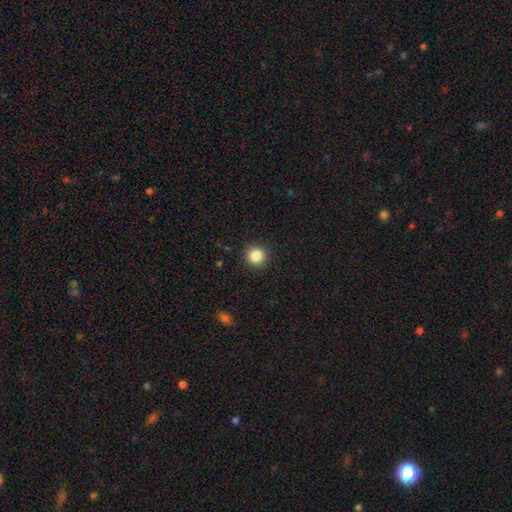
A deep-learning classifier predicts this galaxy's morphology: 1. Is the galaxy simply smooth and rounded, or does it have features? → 86% smooth, 10% star or artifact, 4% featured or disk.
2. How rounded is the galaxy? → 94% round, 5% in between, 1% cigar-shaped.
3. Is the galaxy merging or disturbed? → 91% none, 6% minor disturbance, 2% major disturbance, 1% merger.